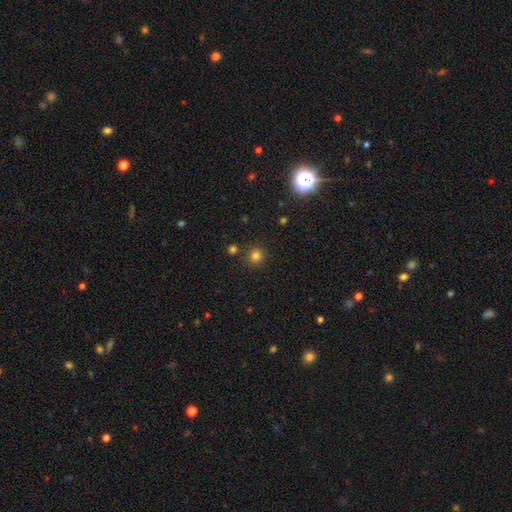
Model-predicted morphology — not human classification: A smooth galaxy with no disk features (78%) that is round (93%).

Vote fractions:
- Smooth or featured? smooth: 78% / star or artifact: 17% / featured or disk: 5%
- How rounded? round: 93% / in between: 6% / cigar-shaped: 1%
- Merging? none: 85% / minor disturbance: 7% / merger: 5% / major disturbance: 3%